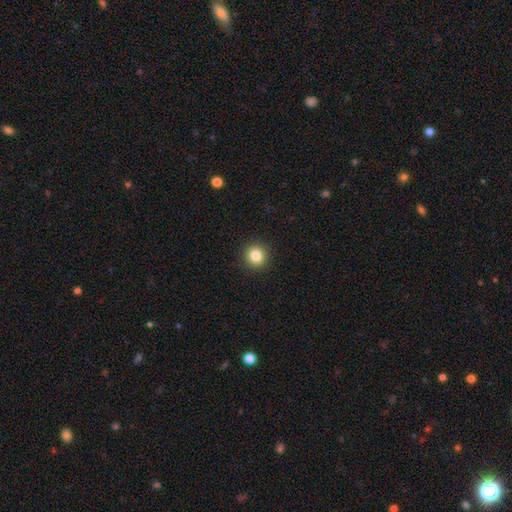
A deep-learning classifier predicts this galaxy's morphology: The model was most divided on "smooth or featured": smooth: 84%, star or artifact: 11%, featured or disk: 5%. More confident: merging — none (93%); how rounded — round (92%).